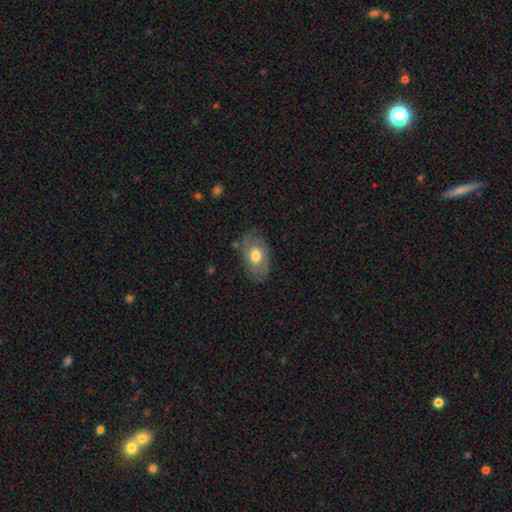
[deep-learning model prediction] Q: Smooth or featured?
A: smooth (55%); runner-up: featured or disk (38%)
Q: How rounded?
A: in between (89%); runner-up: round (10%)
Q: Merging?
A: none (71%); runner-up: minor disturbance (21%)